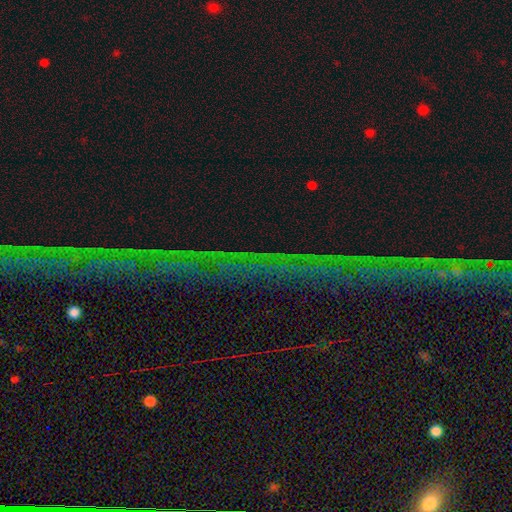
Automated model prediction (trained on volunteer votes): star or artifact 79%, featured or disk 12%, smooth 9%.